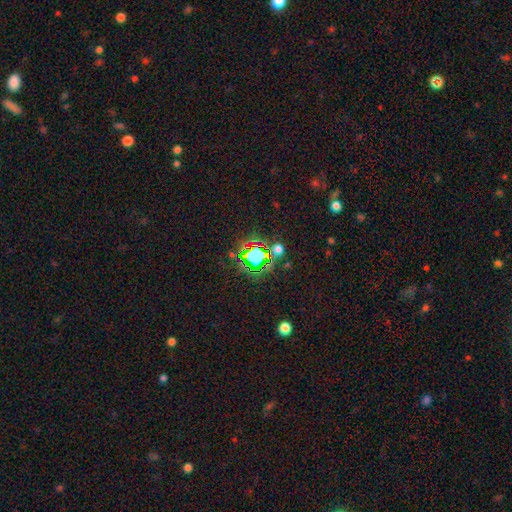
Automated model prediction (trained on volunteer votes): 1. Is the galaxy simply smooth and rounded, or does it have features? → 65% star or artifact, 22% smooth, 13% featured or disk.